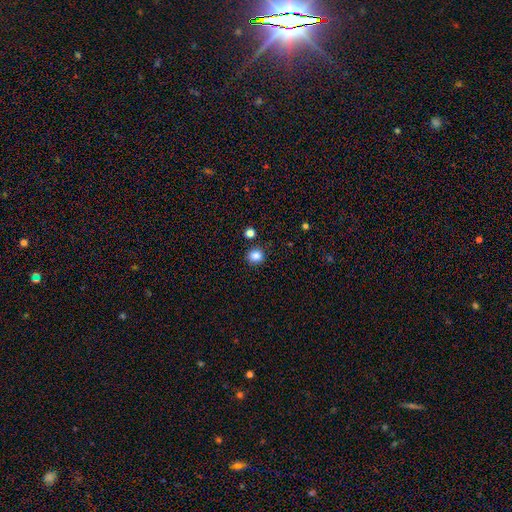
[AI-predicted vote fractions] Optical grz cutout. It shows a smooth galaxy with no disk features (85%) that is round (85%). Merging: none (86%).